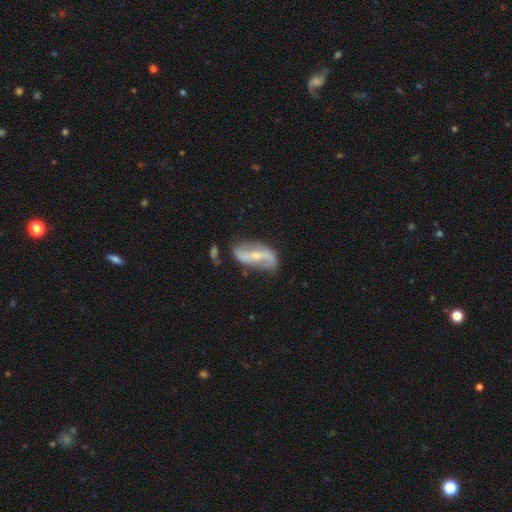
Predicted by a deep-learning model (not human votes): Smooth or featured?
  - featured or disk: 85% *
  - smooth: 10%
  - star or artifact: 5%
Edge-on disk?
  - no: 94% *
  - yes: 6%
Bar?
  - strong: 52% *
  - weak: 28%
  - no: 20%
Spiral arms?
  - yes: 91% *
  - no: 9%
Spiral winding?
  - loose: 72% *
  - medium: 20%
  - tight: 8%
Spiral arm count?
  - 2: 91% *
  - can't tell: 4%
  - 1: 2%
  - 3: 1%
  - 4: 1%
  - more than 4: 1%
Bulge size?
  - small: 63% *
  - moderate: 32%
  - none: 3%
  - large: 1%
  - dominant: 1%
Merging?
  - none: 71% *
  - minor disturbance: 18%
  - major disturbance: 7%
  - merger: 4%